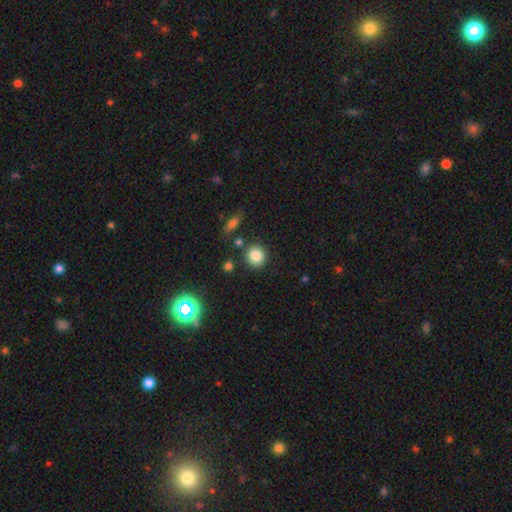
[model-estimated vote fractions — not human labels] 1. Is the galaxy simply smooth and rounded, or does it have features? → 84% smooth, 11% star or artifact, 6% featured or disk.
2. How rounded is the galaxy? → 89% round, 10% in between, 1% cigar-shaped.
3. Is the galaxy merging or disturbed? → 83% none, 9% minor disturbance, 5% merger, 3% major disturbance.